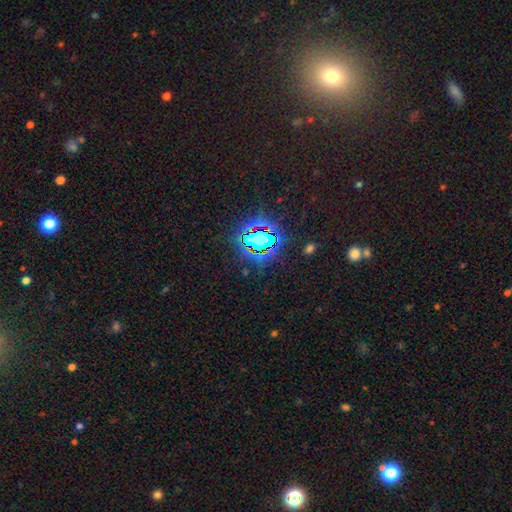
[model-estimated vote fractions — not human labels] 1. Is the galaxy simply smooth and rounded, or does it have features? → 78% star or artifact, 14% smooth, 8% featured or disk.